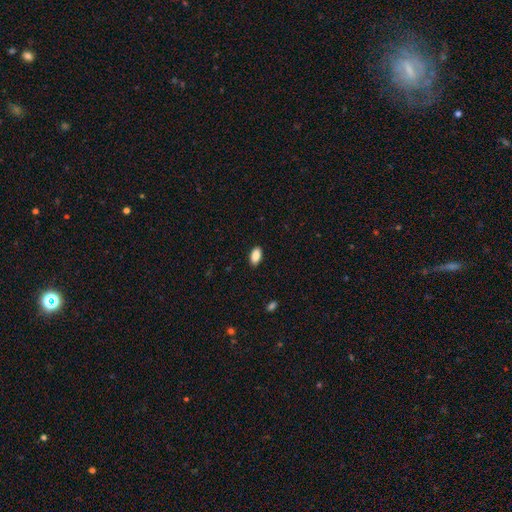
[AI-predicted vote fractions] Smooth or featured? smooth (89%)
How rounded? in between (93%)
Merging? none (88%)